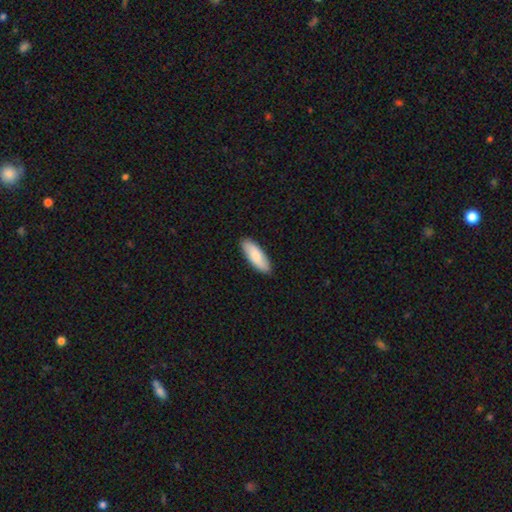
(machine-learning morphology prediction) Smooth or featured? smooth (83%)
How rounded? in between (66%)
Merging? none (89%)